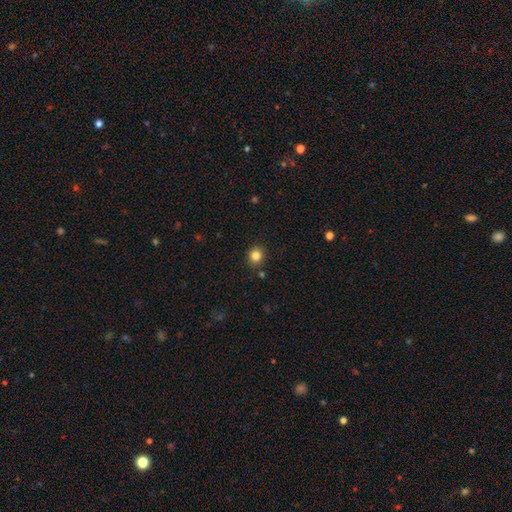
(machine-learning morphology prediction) This is clearly a smooth galaxy (83%). How rounded: clearly round (85%). Merging: clearly none (88%).